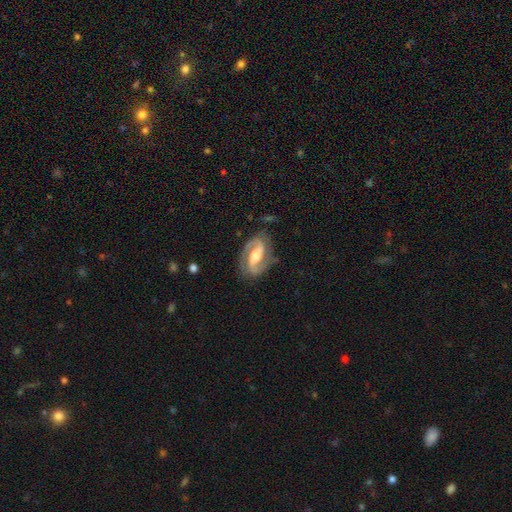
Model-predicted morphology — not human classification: type=featured or disk (91%); edge-on=no (97%); bar=strong (42%); spiral arms=yes (98%); winding=medium (55%); arm count=2 (93%); bulge=moderate (61%); merging=none (79%).